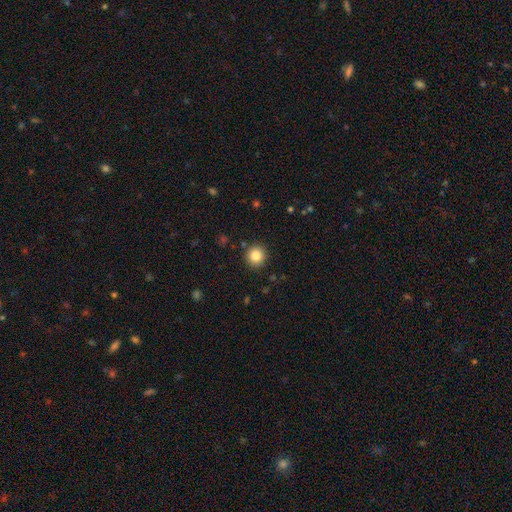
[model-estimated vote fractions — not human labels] The model was most divided on "smooth or featured": smooth: 84%, star or artifact: 11%, featured or disk: 6%. More confident: how rounded — round (93%); merging — none (90%).